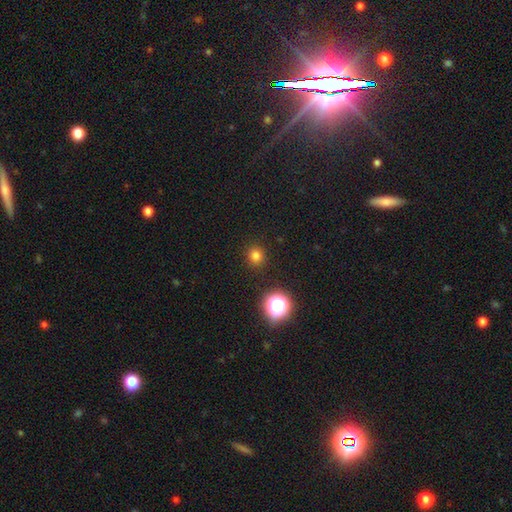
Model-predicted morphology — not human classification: smooth_or_featured: smooth (p=0.78) [alt: star or artifact p=0.18]
how_rounded: round (p=0.92) [alt: in between p=0.07]
merging: none (p=0.91) [alt: minor disturbance p=0.05]